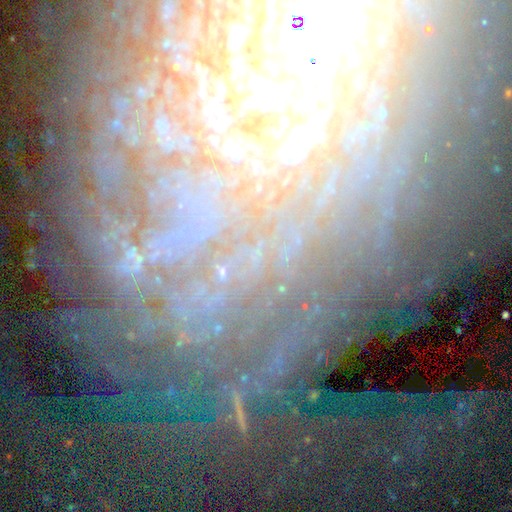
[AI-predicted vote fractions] smooth-or-featured: star or artifact: 50% | featured or disk: 34% | smooth: 16%